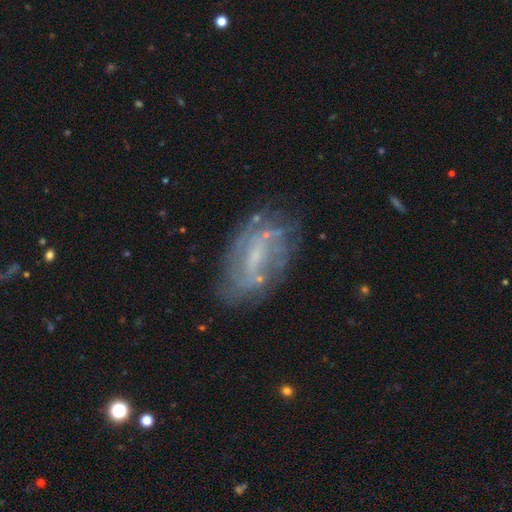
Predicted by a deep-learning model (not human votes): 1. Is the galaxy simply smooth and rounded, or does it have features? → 72% featured or disk, 19% smooth, 9% star or artifact.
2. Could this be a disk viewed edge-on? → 94% no, 6% yes.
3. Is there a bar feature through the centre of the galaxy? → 47% weak, 37% no, 16% strong.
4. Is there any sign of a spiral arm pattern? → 63% yes, 37% no.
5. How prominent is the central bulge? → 57% small, 21% none, 20% moderate, 2% large, 1% dominant.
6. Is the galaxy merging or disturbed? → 67% none, 19% minor disturbance, 11% major disturbance, 4% merger.